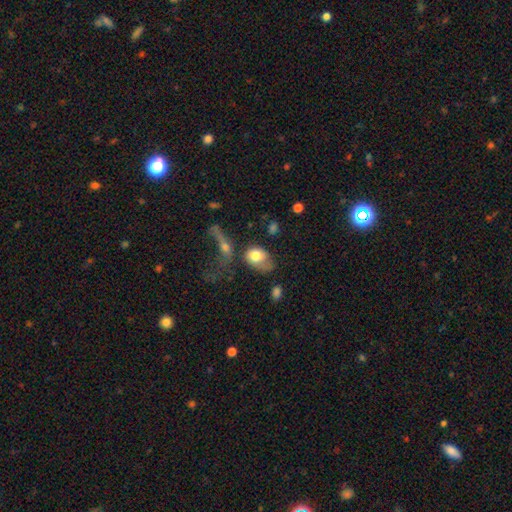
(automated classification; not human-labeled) A smooth galaxy with no disk features (71%) that is in between round and cigar-shaped (74%). Merging: major disturbance (36%).